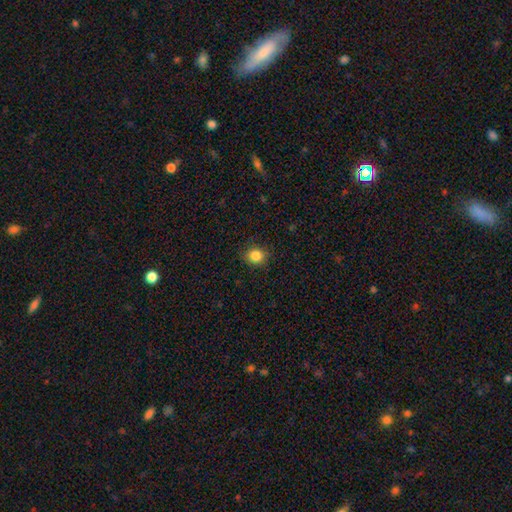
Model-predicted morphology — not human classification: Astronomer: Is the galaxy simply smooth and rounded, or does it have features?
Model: smooth — 85%.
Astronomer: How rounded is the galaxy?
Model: round — 77%.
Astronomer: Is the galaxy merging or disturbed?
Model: none — 87%.